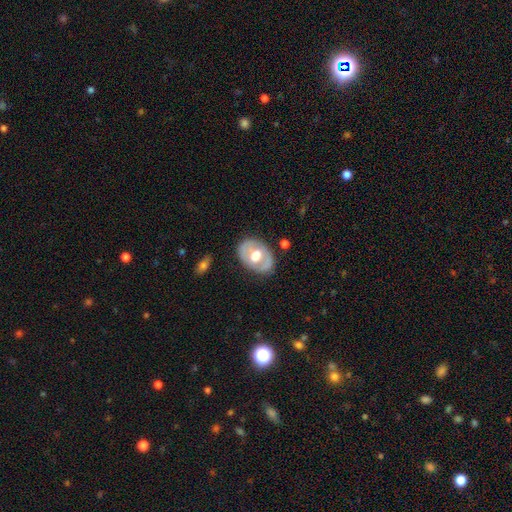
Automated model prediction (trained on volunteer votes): Smooth or featured? featured or disk (53%)
Edge-on disk? no (92%)
Merging? none (78%)